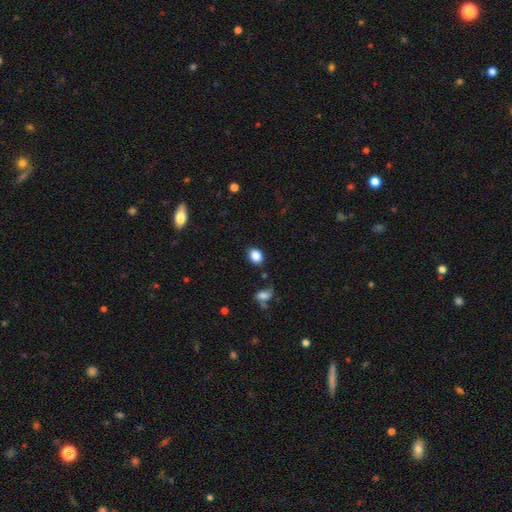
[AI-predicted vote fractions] A smooth galaxy with no disk features (86%) that is in between round and cigar-shaped (56%). Merging: none (80%).